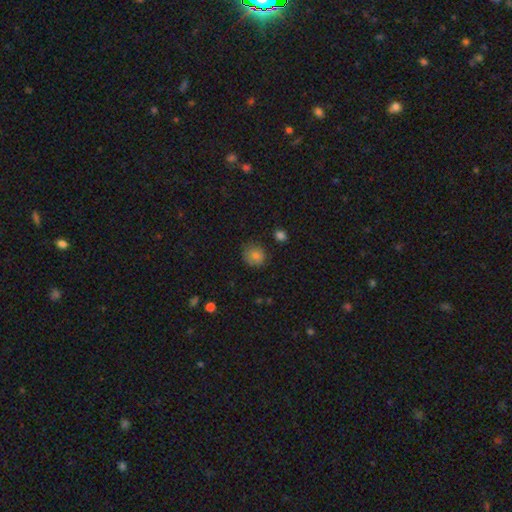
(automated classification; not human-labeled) Morphology: type=smooth (80%); roundness=round (77%); merging=none (75%).